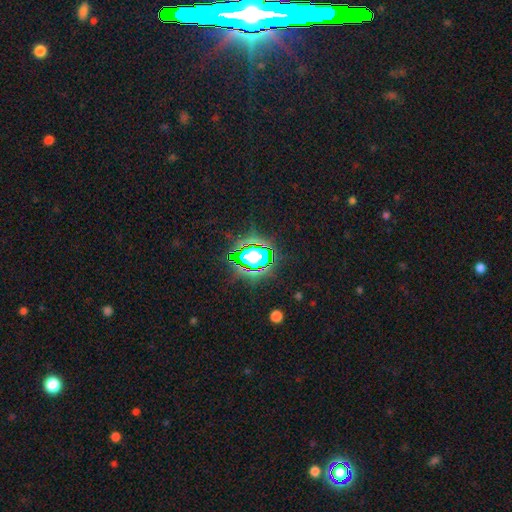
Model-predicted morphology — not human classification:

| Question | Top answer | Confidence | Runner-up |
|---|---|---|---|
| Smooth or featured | star or artifact | 75% | smooth (16%) |